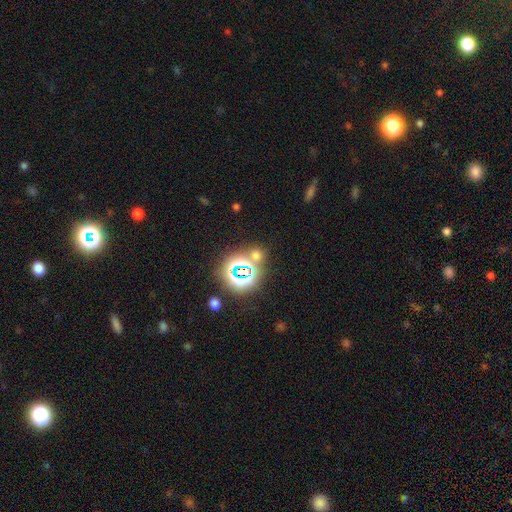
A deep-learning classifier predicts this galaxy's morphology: The model was most divided on "smooth or featured": star or artifact: 52%, smooth: 41%, featured or disk: 7%.